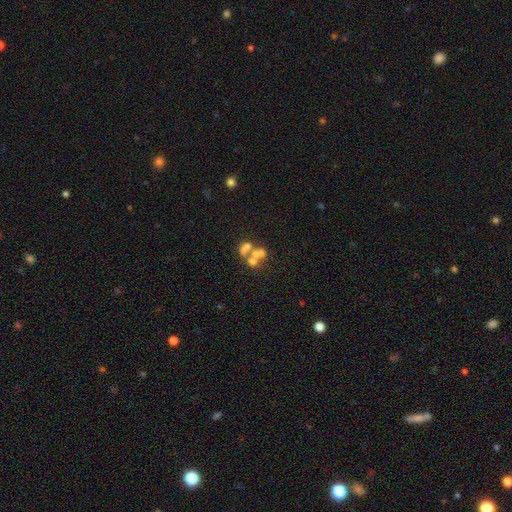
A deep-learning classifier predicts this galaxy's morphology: Q: Smooth or featured?
A: smooth (40%); tied with: featured or disk (40%)
Q: Merging?
A: merger (59%); runner-up: none (25%)